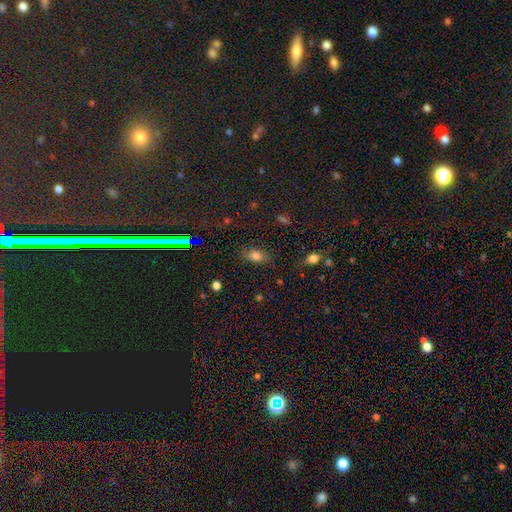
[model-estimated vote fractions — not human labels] Smooth or featured? Predicted: smooth (p=0.76). How rounded? Predicted: in between (p=0.83). Merging? Predicted: none (p=0.80).